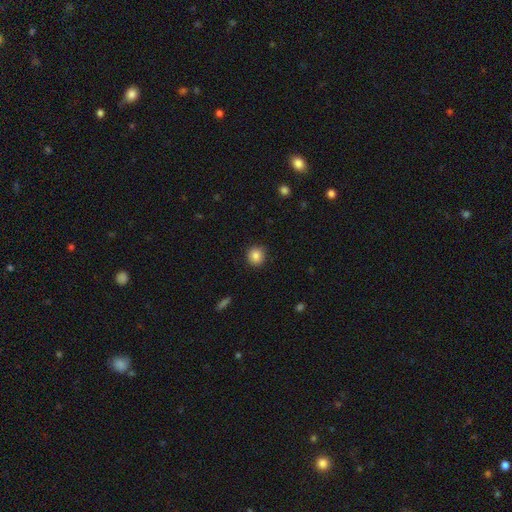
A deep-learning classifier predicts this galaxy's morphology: Smooth or featured?
  - smooth: 85% *
  - star or artifact: 9%
  - featured or disk: 5%
How rounded?
  - round: 91% *
  - in between: 8%
  - cigar-shaped: 1%
Merging?
  - none: 90% *
  - minor disturbance: 7%
  - major disturbance: 2%
  - merger: 1%